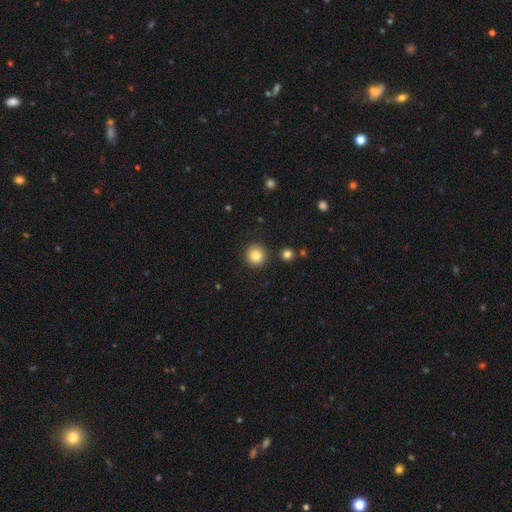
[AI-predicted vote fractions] A smooth galaxy with no disk features (84%) that is round (95%).

Vote fractions:
- Smooth or featured? smooth: 84% / star or artifact: 10% / featured or disk: 6%
- How rounded? round: 95% / in between: 4% / cigar-shaped: 1%
- Merging? none: 91% / minor disturbance: 5% / merger: 2% / major disturbance: 2%